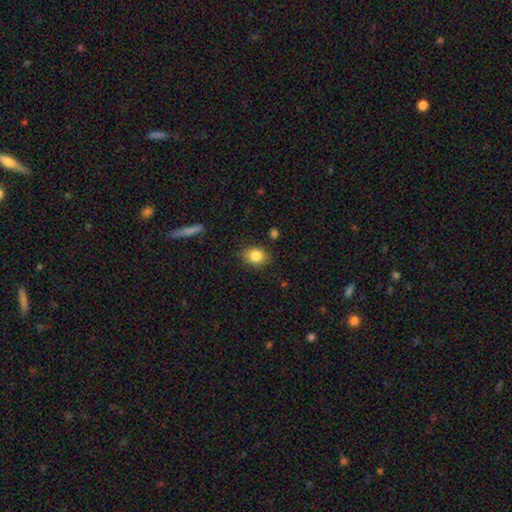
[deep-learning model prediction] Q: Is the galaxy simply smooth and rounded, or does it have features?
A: smooth — 84%.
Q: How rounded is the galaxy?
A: in between — 62%.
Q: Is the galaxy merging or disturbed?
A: none — 84%.